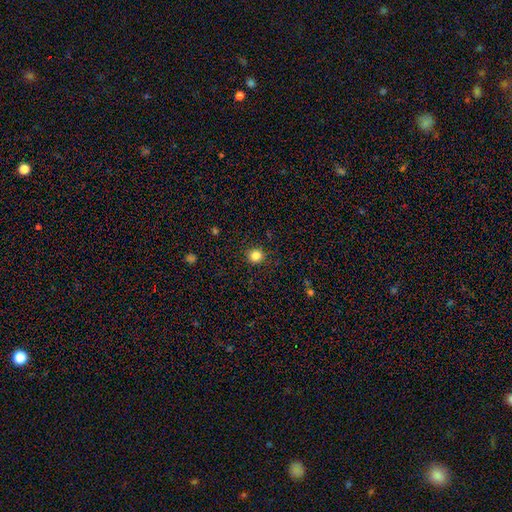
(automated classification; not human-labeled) Overall: smooth (83%). How rounded: round (92%). Merging: none (91%).